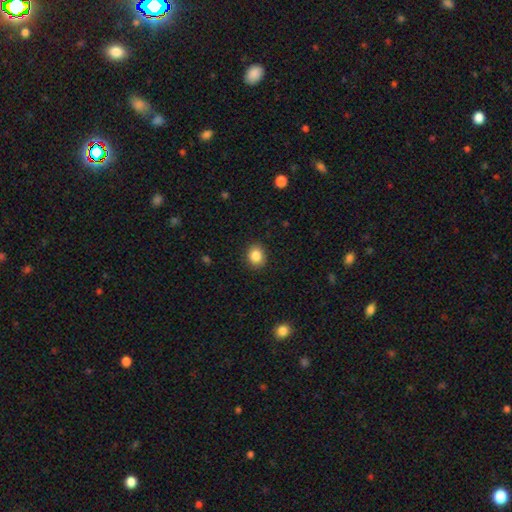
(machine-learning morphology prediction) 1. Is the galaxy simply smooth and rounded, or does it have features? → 86% smooth, 9% star or artifact, 5% featured or disk.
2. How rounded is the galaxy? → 72% round, 27% in between, 1% cigar-shaped.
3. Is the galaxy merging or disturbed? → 89% none, 8% minor disturbance, 2% major disturbance, 1% merger.